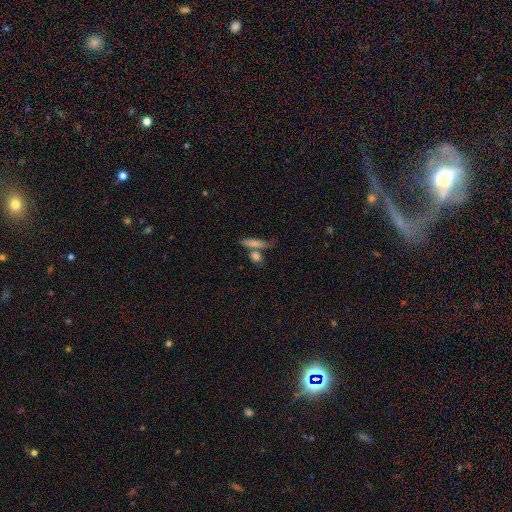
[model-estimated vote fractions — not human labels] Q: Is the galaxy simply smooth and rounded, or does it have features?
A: smooth — 78%.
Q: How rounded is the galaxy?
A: cigar-shaped — 39%.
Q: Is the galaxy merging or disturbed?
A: none — 57%.